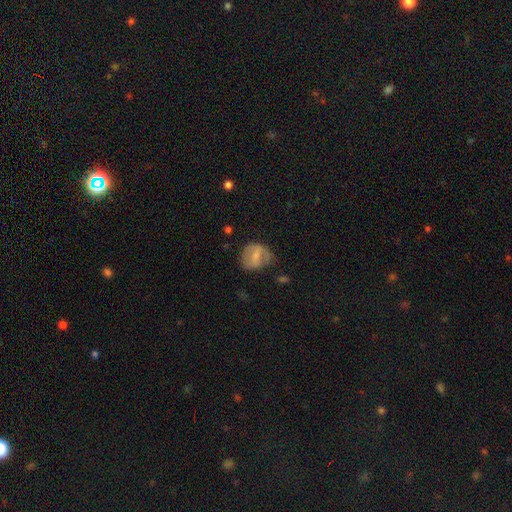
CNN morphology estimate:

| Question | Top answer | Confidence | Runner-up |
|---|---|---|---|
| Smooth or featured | smooth | 54% | featured or disk (38%) |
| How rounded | round | 58% | in between (41%) |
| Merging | none | 53% | minor disturbance (29%) |